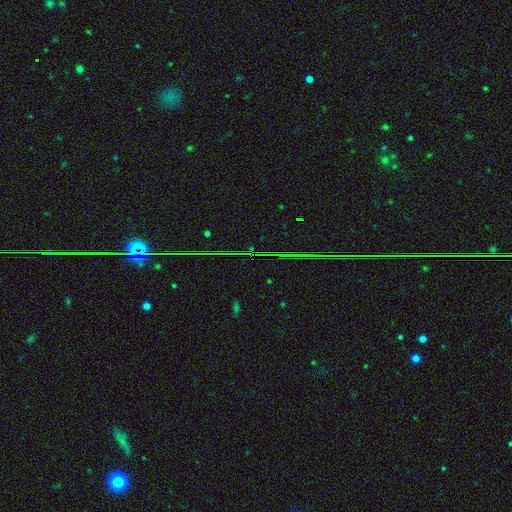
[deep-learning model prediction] Smooth or featured: star or artifact — 81% (smooth — 10%)